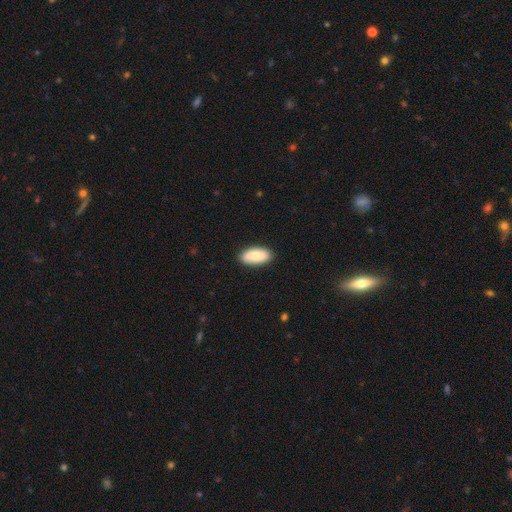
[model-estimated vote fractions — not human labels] The model was most divided on "smooth or featured": smooth: 79%, featured or disk: 15%, star or artifact: 6%. More confident: how rounded — in between (90%); merging — none (89%).